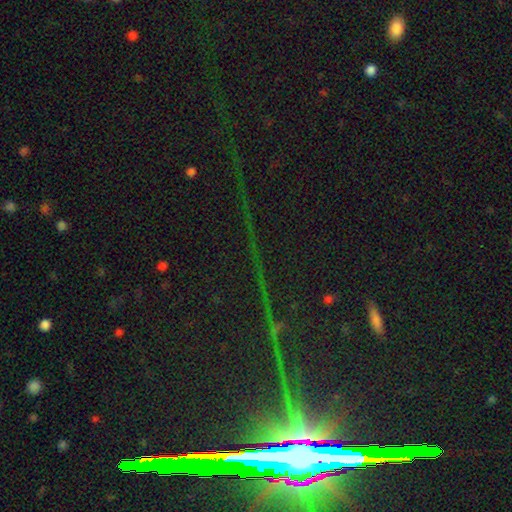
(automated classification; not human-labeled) Smooth or featured? star or artifact (84%)